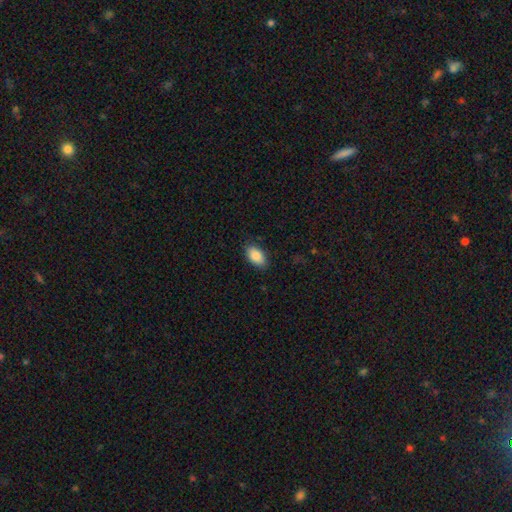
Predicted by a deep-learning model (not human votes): Q: Smooth or featured?
A: smooth (88%); runner-up: star or artifact (7%)
Q: How rounded?
A: in between (93%); runner-up: round (5%)
Q: Merging?
A: none (86%); runner-up: minor disturbance (11%)